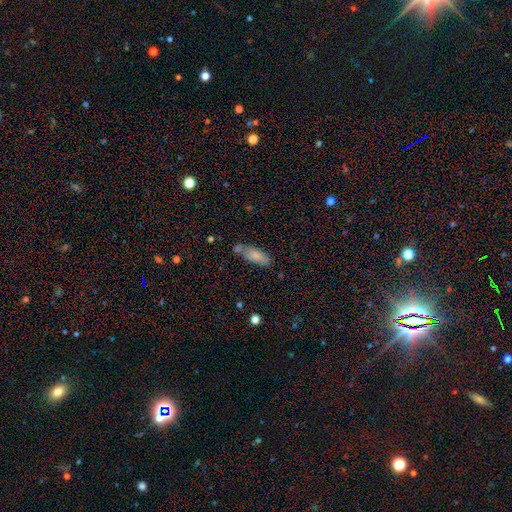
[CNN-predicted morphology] smooth_or_featured: smooth (p=0.80) [alt: featured or disk p=0.12]
how_rounded: in between (p=0.73) [alt: cigar-shaped p=0.25]
merging: none (p=0.55) [alt: minor disturbance p=0.21]